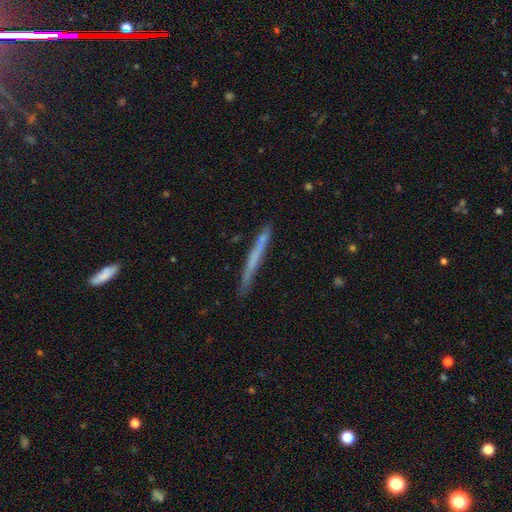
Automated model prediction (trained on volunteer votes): Smooth or featured: smooth — 51% (featured or disk — 43%)
How rounded: cigar-shaped — 97% (in between — 2%)
Merging: none — 85% (minor disturbance — 11%)